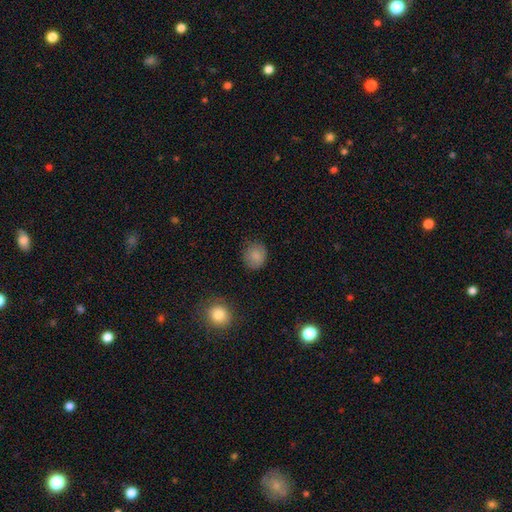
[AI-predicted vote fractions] Smooth or featured?
  - smooth: 84% *
  - star or artifact: 10%
  - featured or disk: 6%
How rounded?
  - round: 81% *
  - in between: 18%
  - cigar-shaped: 1%
Merging?
  - none: 78% *
  - minor disturbance: 17%
  - major disturbance: 4%
  - merger: 2%